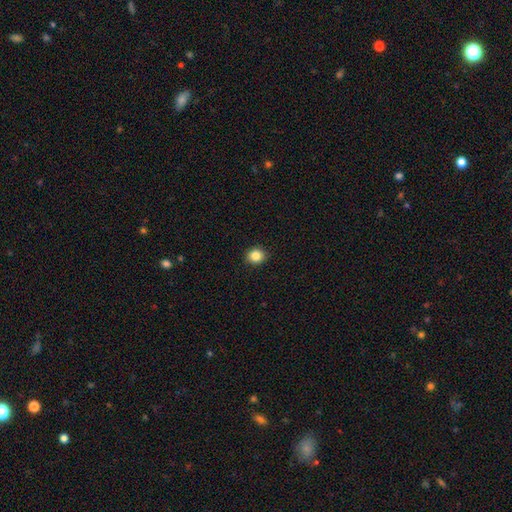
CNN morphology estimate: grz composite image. It shows a smooth galaxy with no disk features (85%) that is round (74%). Merging: none (91%).